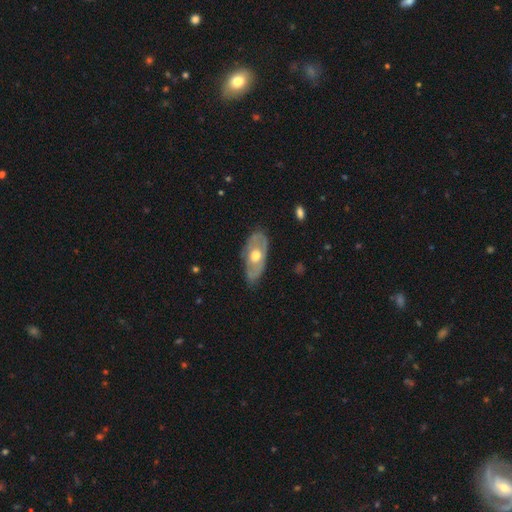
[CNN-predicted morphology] This appears to be a featured or disk galaxy (57%). Merging: none (72%).